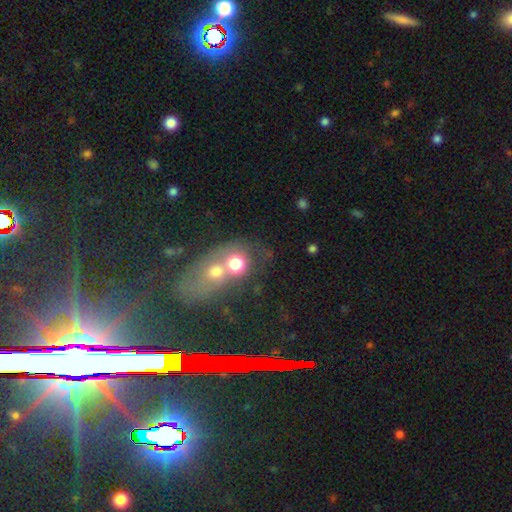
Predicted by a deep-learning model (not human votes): Smooth or featured?
  - smooth: 50% *
  - star or artifact: 29%
  - featured or disk: 20%
How rounded?
  - round: 65% *
  - in between: 32%
  - cigar-shaped: 3%
Merging?
  - merger: 47% *
  - none: 36%
  - minor disturbance: 10%
  - major disturbance: 7%